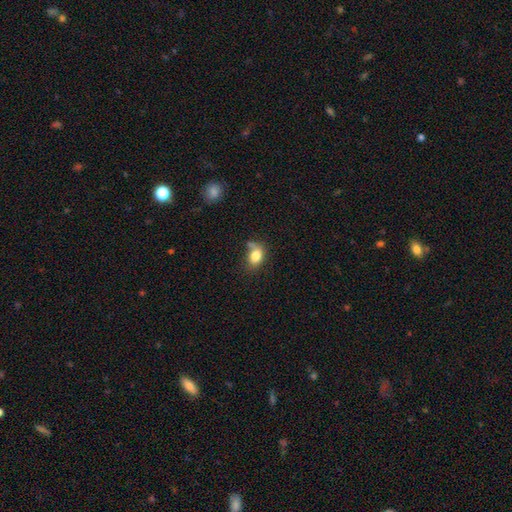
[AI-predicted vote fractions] Smooth or featured? Predicted: smooth (p=0.81). How rounded? Predicted: in between (p=0.71). Merging? Predicted: none (p=0.49).